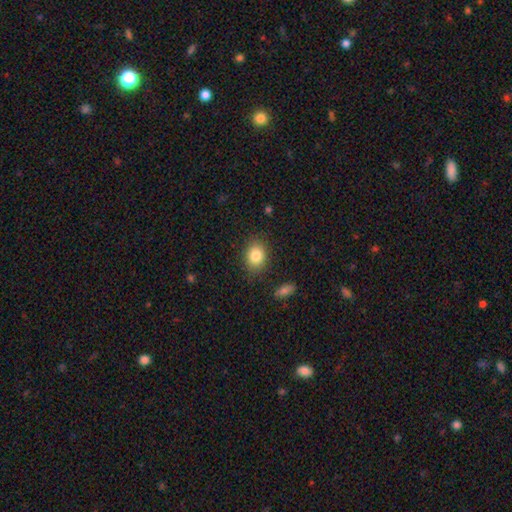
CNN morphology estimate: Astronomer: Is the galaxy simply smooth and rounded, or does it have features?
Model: smooth — 83%.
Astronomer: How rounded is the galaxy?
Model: in between — 60% (runner-up: round, 39%).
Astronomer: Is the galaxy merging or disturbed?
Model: none — 84%.